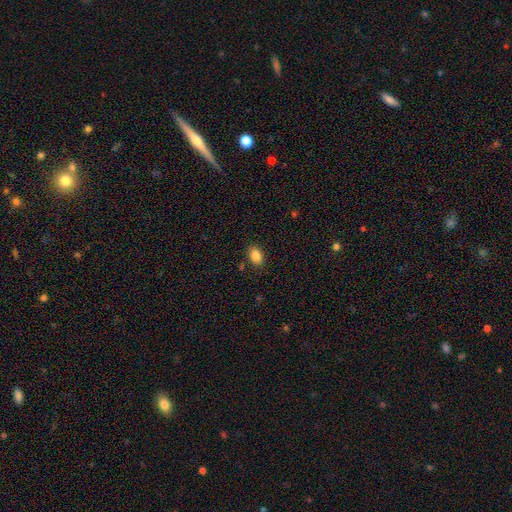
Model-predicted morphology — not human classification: This is clearly a smooth galaxy (86%). How rounded: clearly in between (81%). Merging: clearly none (86%).